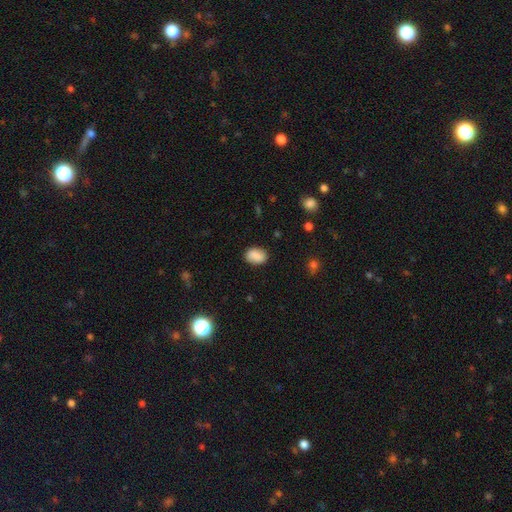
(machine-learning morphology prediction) smooth 86%, star or artifact 8%, featured or disk 6%. Down the decision tree: how rounded — in between (80%); merging — none (84%).